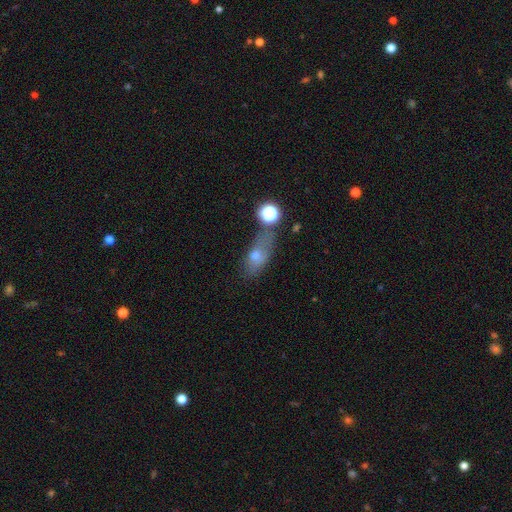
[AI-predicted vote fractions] Smooth or featured: smooth — 52% (featured or disk — 28%)
How rounded: in between — 66% (round — 18%)
Merging: none — 57% (minor disturbance — 20%)